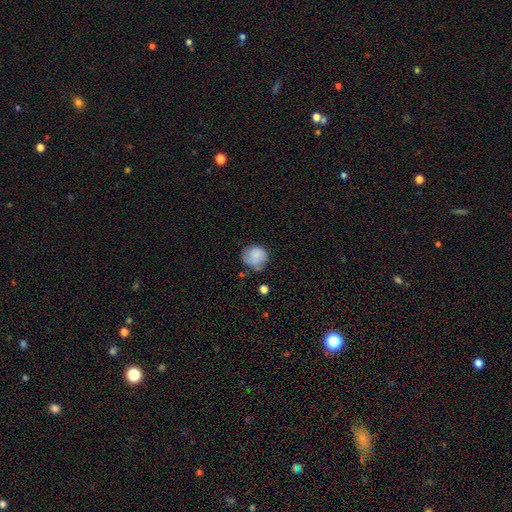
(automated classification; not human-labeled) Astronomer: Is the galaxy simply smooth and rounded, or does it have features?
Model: smooth — 80%.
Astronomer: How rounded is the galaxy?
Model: round — 81%.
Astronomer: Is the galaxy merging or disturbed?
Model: none — 60%.